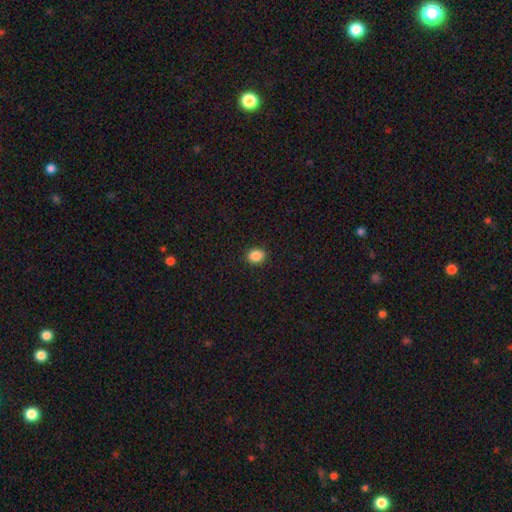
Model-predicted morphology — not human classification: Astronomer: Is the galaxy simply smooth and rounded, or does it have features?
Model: smooth — 88%.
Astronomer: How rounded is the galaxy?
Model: round — 55% (runner-up: in between, 44%).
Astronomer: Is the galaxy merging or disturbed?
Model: none — 91%.